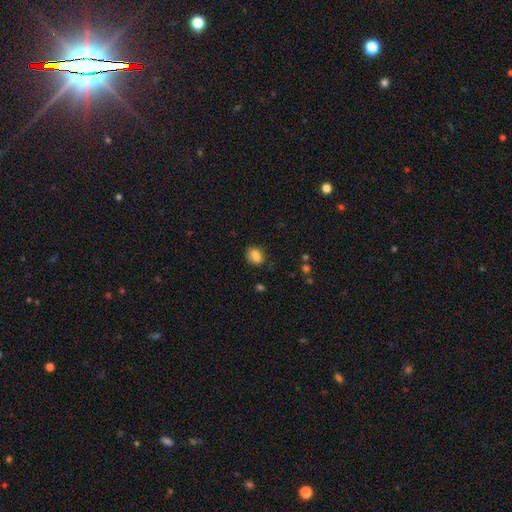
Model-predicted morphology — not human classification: Smooth or featured? Predicted: smooth (p=0.82). How rounded? Predicted: in between (p=0.55). Merging? Predicted: none (p=0.76).